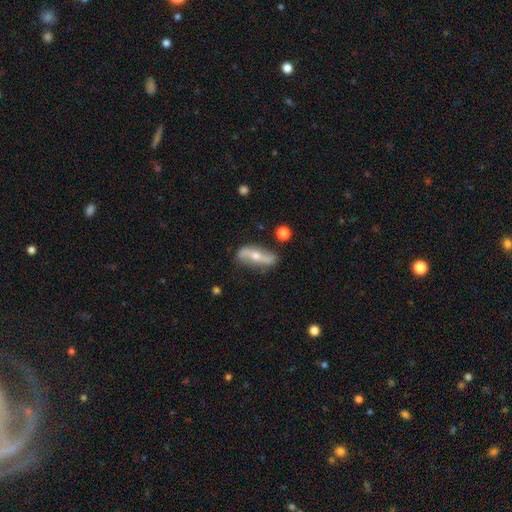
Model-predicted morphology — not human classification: A featured or disk galaxy (74%) with a strong bar (43%), spiral arms (78%) and a moderate central bulge (50%). Merging: none (78%).